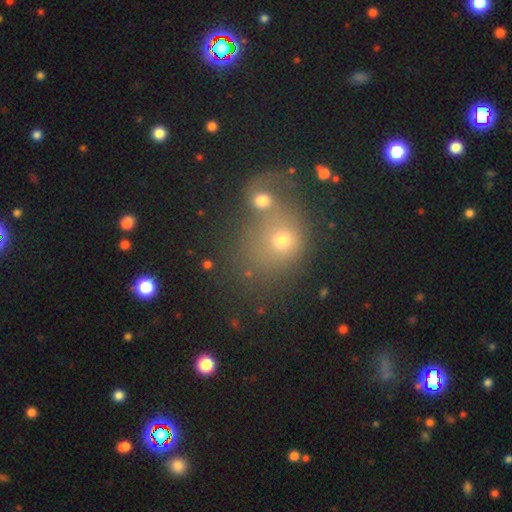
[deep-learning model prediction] A smooth galaxy with no disk features (57%) that is round (70%). Merging: none (45%).